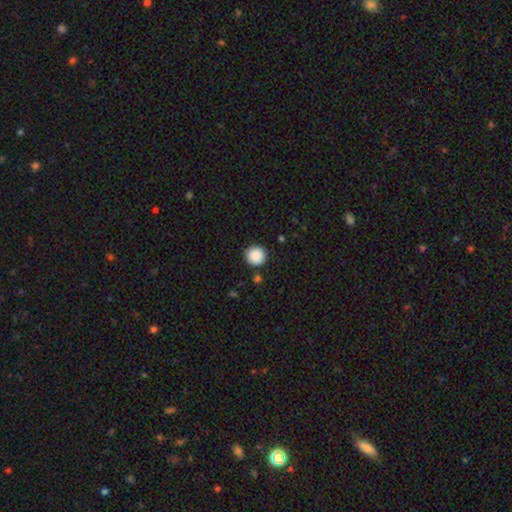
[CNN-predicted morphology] A smooth galaxy with no disk features (89%) that is round (95%). Merging: none (89%).